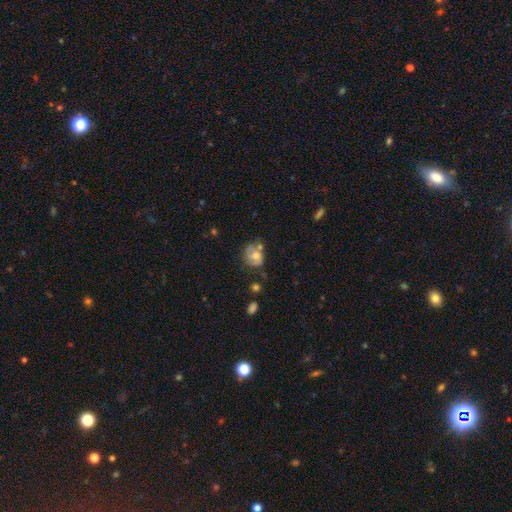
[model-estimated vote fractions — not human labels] smooth-or-featured: smooth: 56% | featured or disk: 34% | star or artifact: 10%
  how-rounded: round: 56% | in between: 43% | cigar-shaped: 1%
  merging: none: 43% | minor disturbance: 27% | merger: 18% | major disturbance: 13%